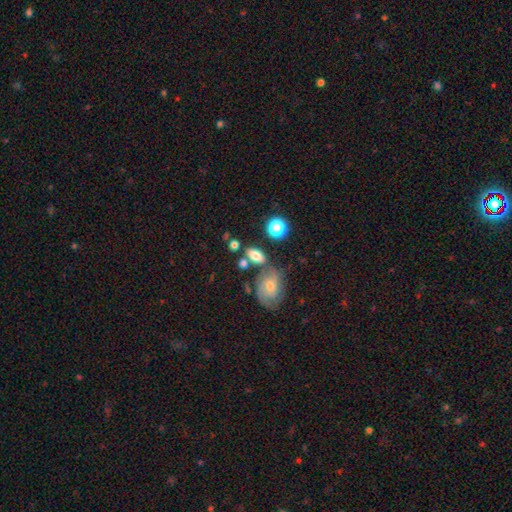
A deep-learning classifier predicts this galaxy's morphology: smooth_or_featured: smooth (p=0.73) [alt: featured or disk p=0.16]
how_rounded: in between (p=0.82) [alt: round p=0.13]
merging: none (p=0.60) [alt: merger p=0.19]